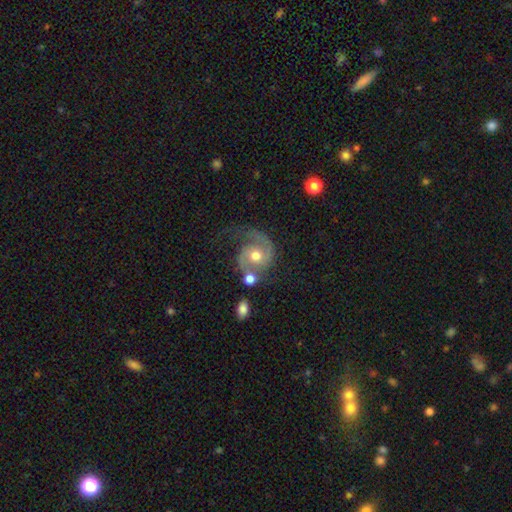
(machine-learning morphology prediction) featured or disk 84%, smooth 10%, star or artifact 6%. Down the decision tree: edge-on disk — no (98%); bar — no (67%); spiral arms — yes (96%); spiral arm count — 2 (81%); spiral winding — medium (51%); bulge size — moderate (73%); merging — none (49%).